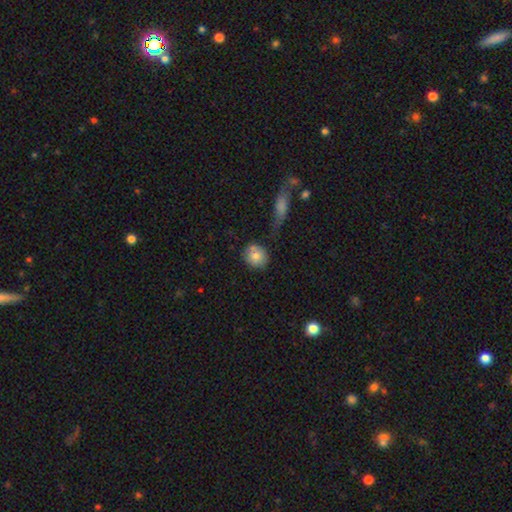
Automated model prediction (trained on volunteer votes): Q: Smooth or featured?
A: smooth (80%); runner-up: featured or disk (12%)
Q: How rounded?
A: round (81%); runner-up: in between (17%)
Q: Merging?
A: none (68%); runner-up: minor disturbance (18%)